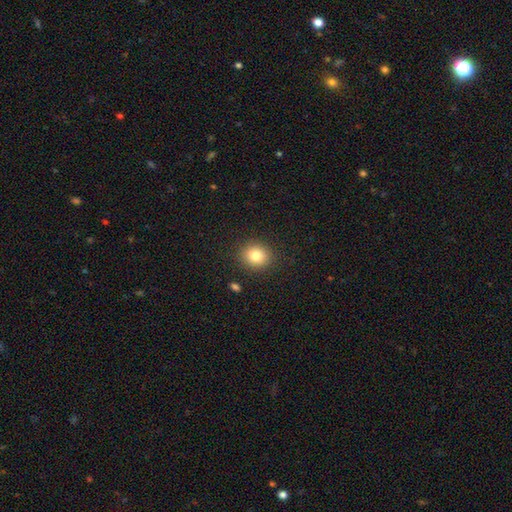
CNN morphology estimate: type=smooth (83%); roundness=round (77%); merging=none (88%).